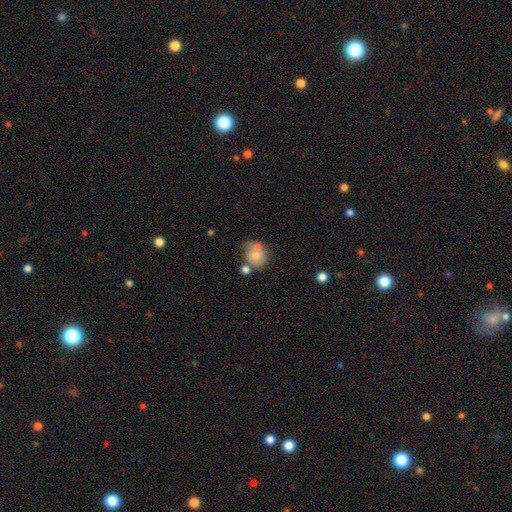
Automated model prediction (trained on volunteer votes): Overall: smooth (71%). How rounded: round (58%; in between 41%). Merging: none (43%; merger 30%).